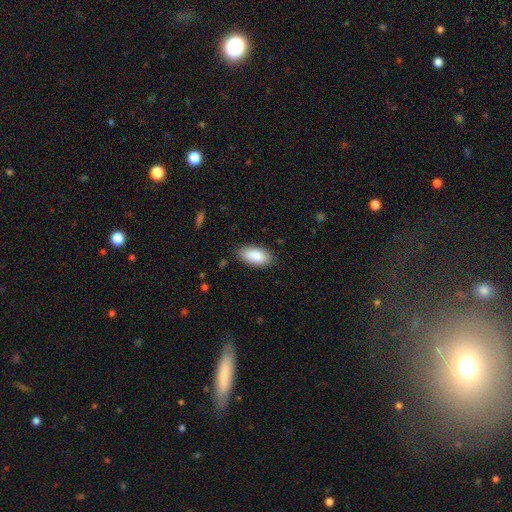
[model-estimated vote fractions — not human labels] smooth_or_featured: smooth (p=0.86) [alt: featured or disk p=0.08]
how_rounded: in between (p=0.93) [alt: cigar-shaped p=0.04]
merging: none (p=0.84) [alt: minor disturbance p=0.12]